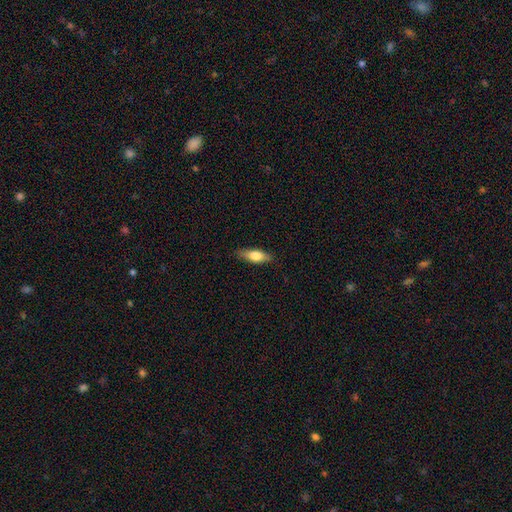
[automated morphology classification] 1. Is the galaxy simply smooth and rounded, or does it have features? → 72% smooth, 22% featured or disk, 6% star or artifact.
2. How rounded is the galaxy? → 63% in between, 34% cigar-shaped, 3% round.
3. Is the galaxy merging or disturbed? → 84% none, 13% minor disturbance, 3% major disturbance, 1% merger.